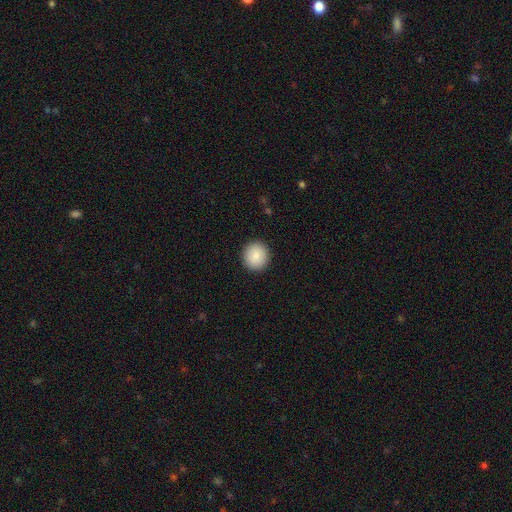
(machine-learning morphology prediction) smooth 87%, star or artifact 8%, featured or disk 5%. Down the decision tree: how rounded — round (92%); merging — none (92%).